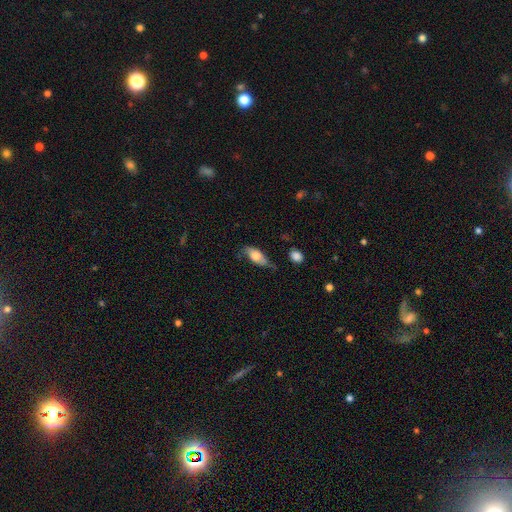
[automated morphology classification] Smooth or featured: smooth — 66% (featured or disk — 28%)
How rounded: in between — 81% (cigar-shaped — 15%)
Merging: none — 54% (minor disturbance — 32%)